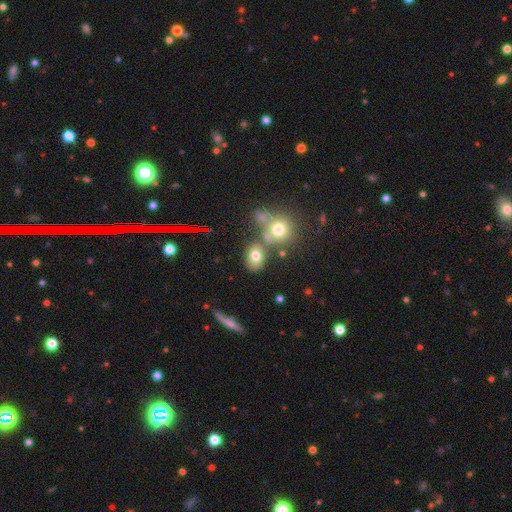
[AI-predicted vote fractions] smooth 71%, star or artifact 15%, featured or disk 14%. Down the decision tree: how rounded — in between (65%); merging — none (62%).